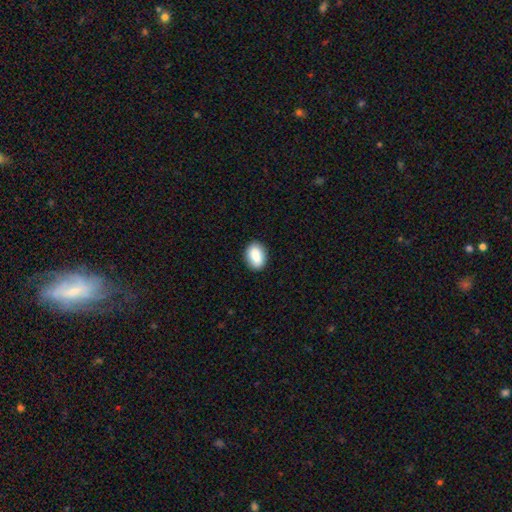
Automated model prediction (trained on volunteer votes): Smooth or featured? smooth (86%)
How rounded? in between (84%)
Merging? none (88%)